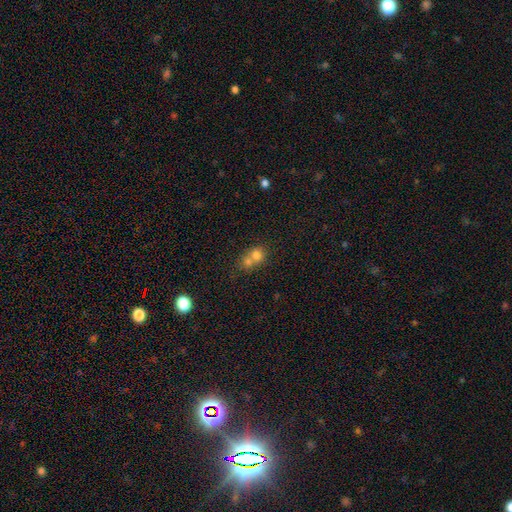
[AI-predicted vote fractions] smooth 70%, star or artifact 15%, featured or disk 15%. Down the decision tree: how rounded — round (78%); merging — merger (61%).